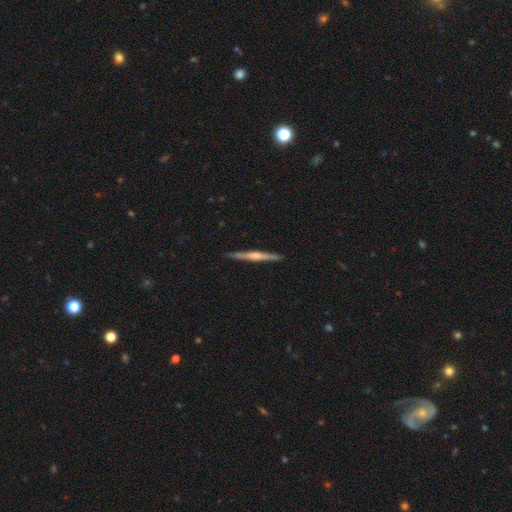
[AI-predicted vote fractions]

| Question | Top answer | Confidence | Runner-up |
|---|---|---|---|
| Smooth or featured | featured or disk | 77% | smooth (18%) |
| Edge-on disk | yes | 98% | no (2%) |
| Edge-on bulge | rounded | 79% | none (13%) |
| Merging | none | 92% | minor disturbance (6%) |